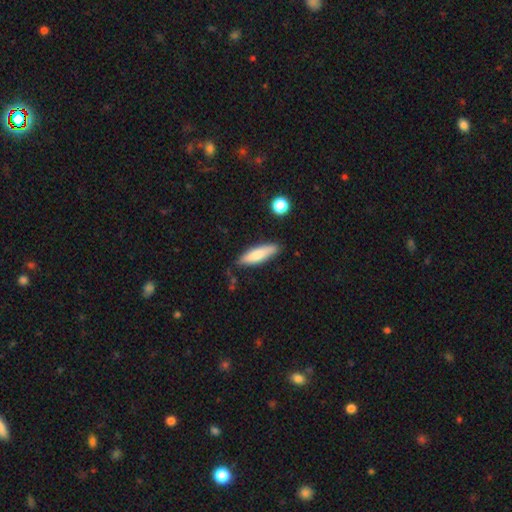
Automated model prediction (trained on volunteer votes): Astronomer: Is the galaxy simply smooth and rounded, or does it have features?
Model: smooth — 77%.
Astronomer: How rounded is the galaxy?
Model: cigar-shaped — 62% (runner-up: in between, 37%).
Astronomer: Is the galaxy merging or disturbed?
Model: none — 77%.